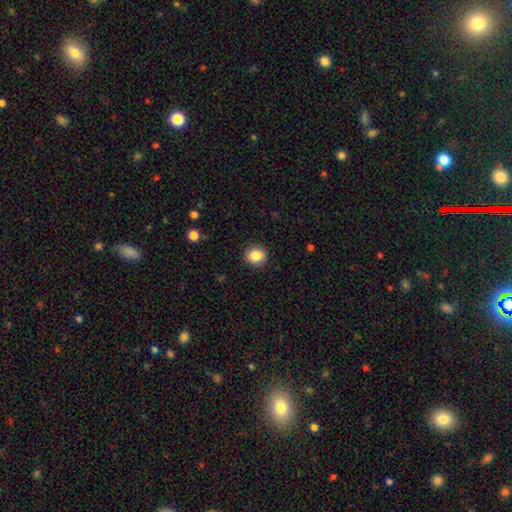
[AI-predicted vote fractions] smooth-or-featured: smooth: 86% | star or artifact: 9% | featured or disk: 5%
  how-rounded: round: 79% | in between: 20% | cigar-shaped: 1%
  merging: none: 90% | minor disturbance: 7% | major disturbance: 2% | merger: 1%